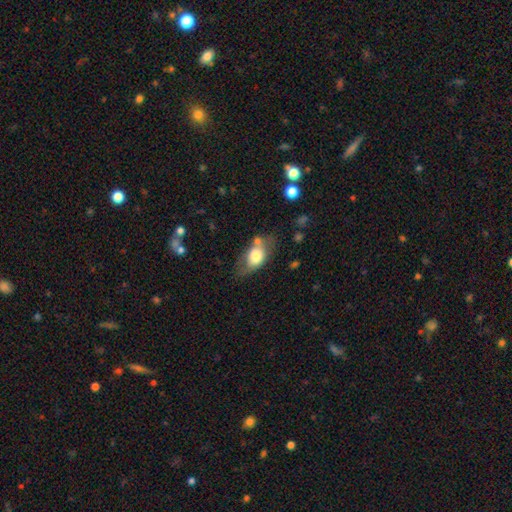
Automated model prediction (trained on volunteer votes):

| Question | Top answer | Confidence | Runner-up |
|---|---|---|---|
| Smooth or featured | smooth | 68% | featured or disk (25%) |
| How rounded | in between | 84% | round (12%) |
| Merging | none | 51% | minor disturbance (27%) |